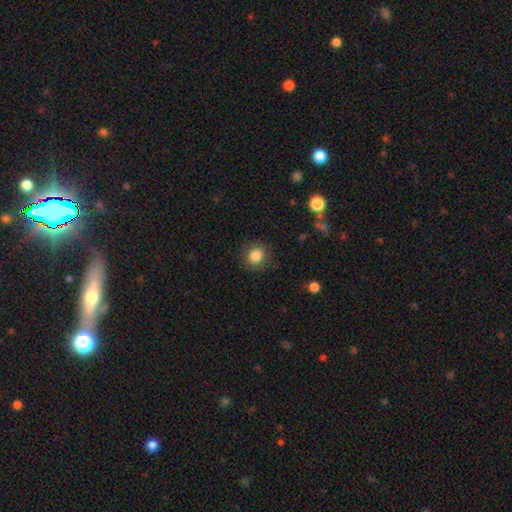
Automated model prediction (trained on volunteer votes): smooth-or-featured: smooth: 85% | star or artifact: 10% | featured or disk: 6%
  how-rounded: round: 85% | in between: 14% | cigar-shaped: 1%
  merging: none: 84% | minor disturbance: 11% | major disturbance: 4% | merger: 1%